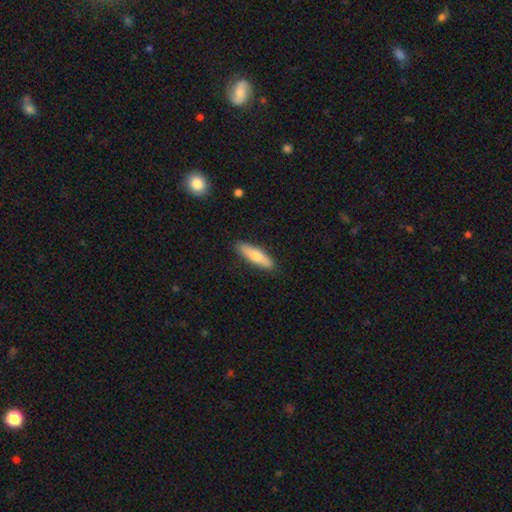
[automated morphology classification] Q: Smooth or featured?
A: smooth (66%); runner-up: featured or disk (29%)
Q: How rounded?
A: cigar-shaped (73%); runner-up: in between (26%)
Q: Merging?
A: none (88%); runner-up: minor disturbance (9%)